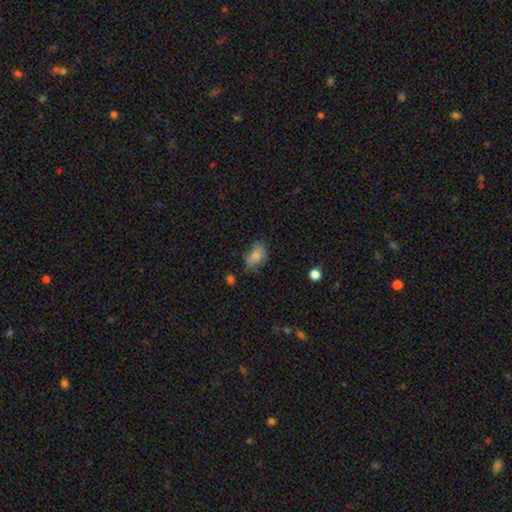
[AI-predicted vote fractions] Smooth or featured: smooth — 79% (featured or disk — 12%)
How rounded: in between — 85% (round — 13%)
Merging: none — 53% (minor disturbance — 32%)